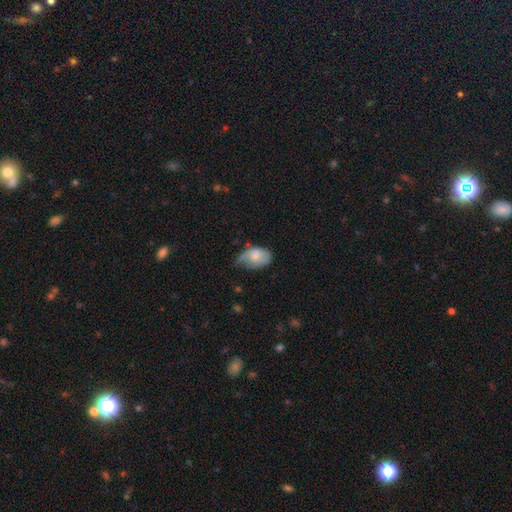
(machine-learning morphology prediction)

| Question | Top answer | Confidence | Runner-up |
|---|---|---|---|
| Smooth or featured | smooth | 65% | featured or disk (28%) |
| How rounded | in between | 86% | round (13%) |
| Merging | minor disturbance | 44% | none (30%) |